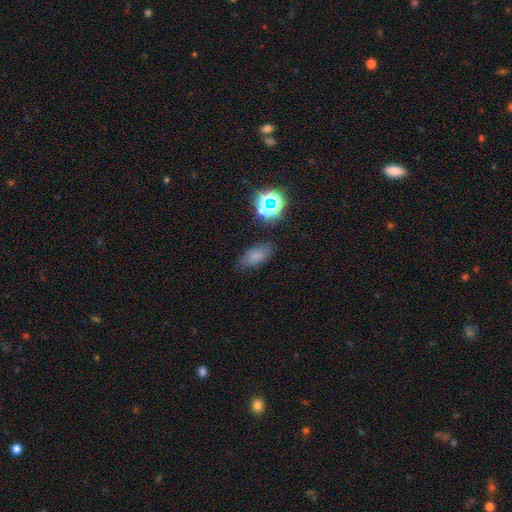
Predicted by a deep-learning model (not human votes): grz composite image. It shows a smooth galaxy with no disk features (69%) that is in between round and cigar-shaped (87%). Merging: none (75%).